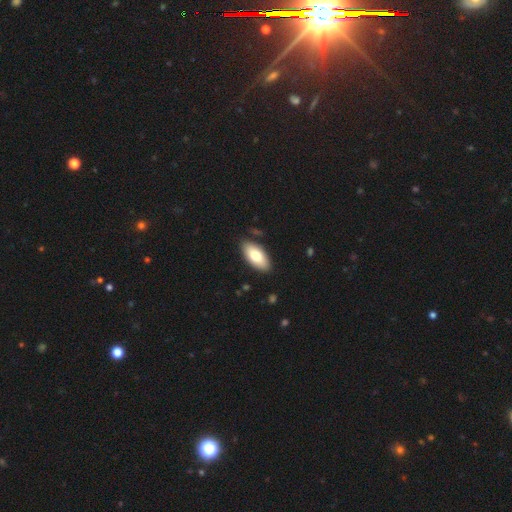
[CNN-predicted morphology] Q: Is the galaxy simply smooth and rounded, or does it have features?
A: smooth — 78%.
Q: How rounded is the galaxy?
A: in between — 92%.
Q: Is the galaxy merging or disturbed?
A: none — 86%.